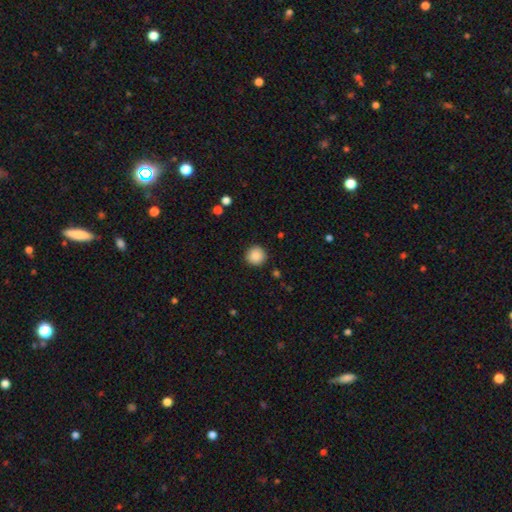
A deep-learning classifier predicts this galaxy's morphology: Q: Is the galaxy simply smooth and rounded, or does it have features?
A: smooth — 88%.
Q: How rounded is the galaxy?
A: round — 94%.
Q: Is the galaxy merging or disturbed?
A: none — 91%.